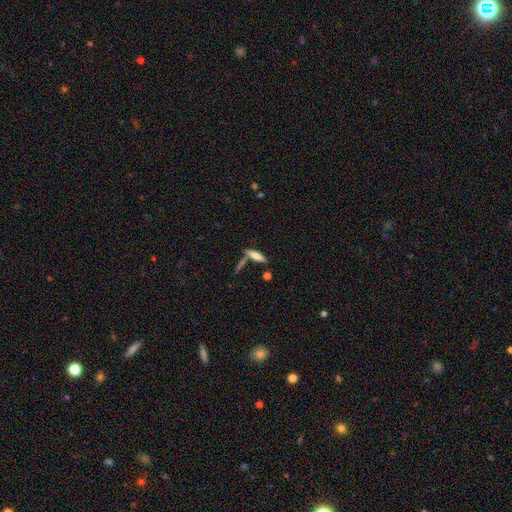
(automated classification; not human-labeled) smooth-or-featured: smooth: 59% | featured or disk: 32% | star or artifact: 8%
  how-rounded: cigar-shaped: 72% | in between: 26% | round: 2%
  merging: none: 61% | merger: 22% | minor disturbance: 12% | major disturbance: 5%